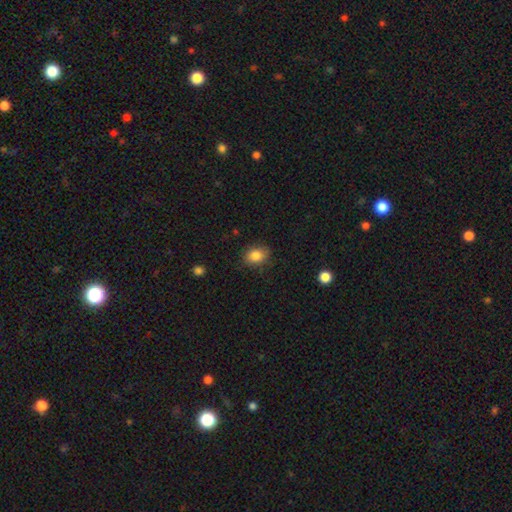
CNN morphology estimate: A smooth galaxy with no disk features (85%) that is in between round and cigar-shaped (56%). Merging: none (82%).